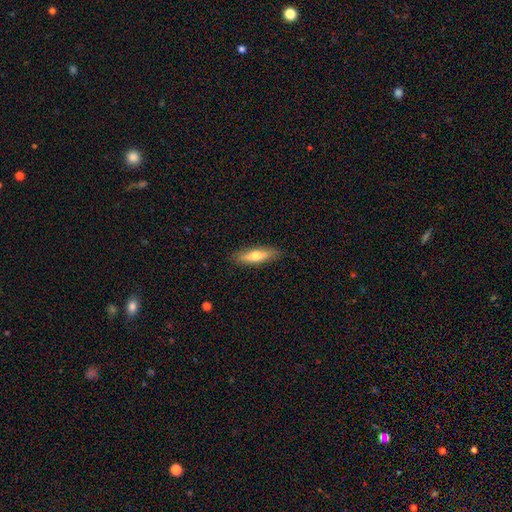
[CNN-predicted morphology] A smooth galaxy with no disk features (60%) that is cigar-shaped (60%).

Vote fractions:
- Smooth or featured? smooth: 60% / featured or disk: 34% / star or artifact: 6%
- How rounded? cigar-shaped: 60% / in between: 38% / round: 2%
- Merging? none: 86% / minor disturbance: 11% / major disturbance: 2% / merger: 1%